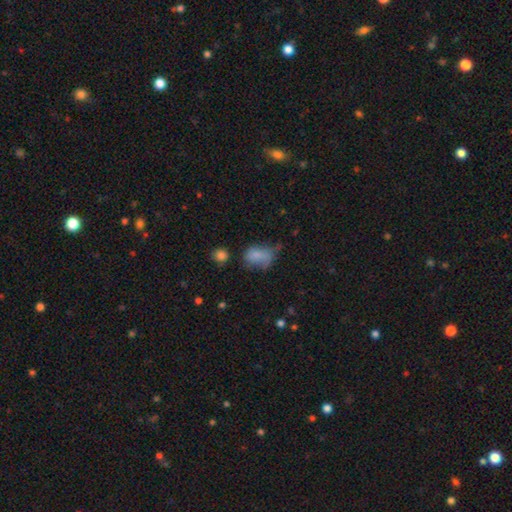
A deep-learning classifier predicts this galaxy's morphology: Smooth or featured? smooth (68%)
How rounded? in between (81%)
Merging? none (35%)